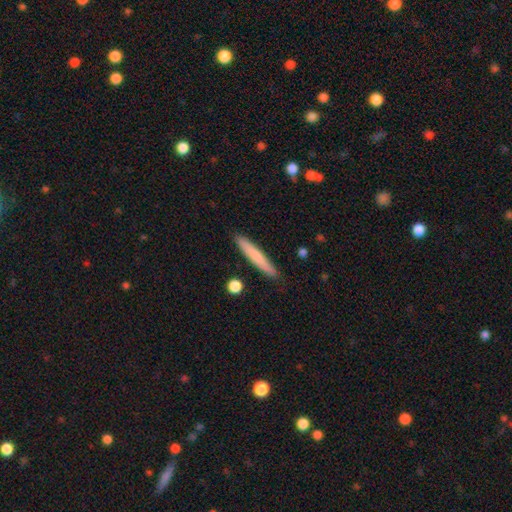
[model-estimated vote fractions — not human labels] The model was most divided on "smooth or featured": smooth: 73%, featured or disk: 21%, star or artifact: 6%. More confident: how rounded — cigar-shaped (95%); merging — none (89%).